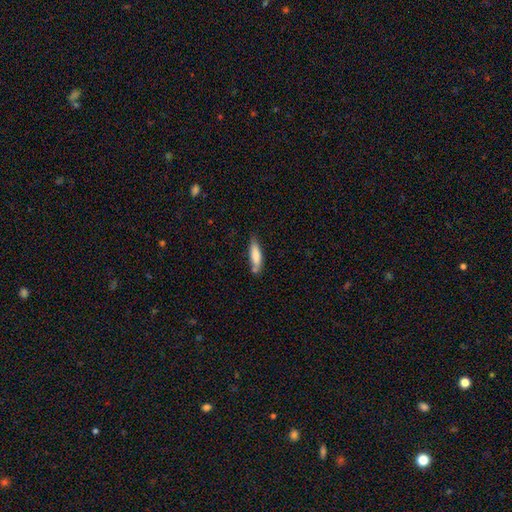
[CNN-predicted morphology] This is likely a smooth galaxy (79%). How rounded: likely cigar-shaped (65%). Merging: likely none (62%).